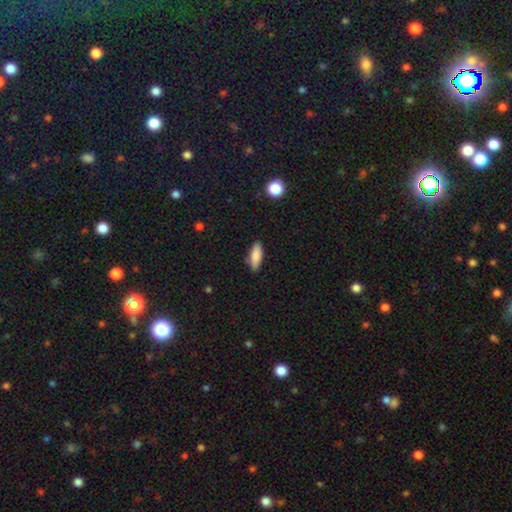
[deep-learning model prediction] Morphology: type=smooth (84%); roundness=in between (61%); merging=none (82%).